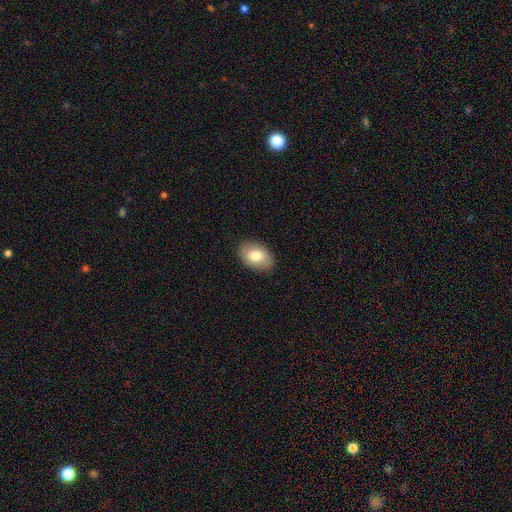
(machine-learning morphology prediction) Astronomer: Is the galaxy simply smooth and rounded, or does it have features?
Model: smooth — 79%.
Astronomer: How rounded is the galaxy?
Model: in between — 86%.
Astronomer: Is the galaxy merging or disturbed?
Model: none — 88%.